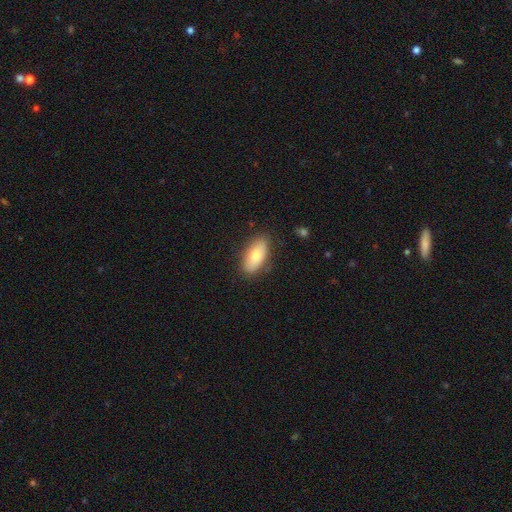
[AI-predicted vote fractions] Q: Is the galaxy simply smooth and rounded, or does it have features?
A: smooth — 75%.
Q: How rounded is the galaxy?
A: in between — 89%.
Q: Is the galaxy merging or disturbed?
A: none — 83%.